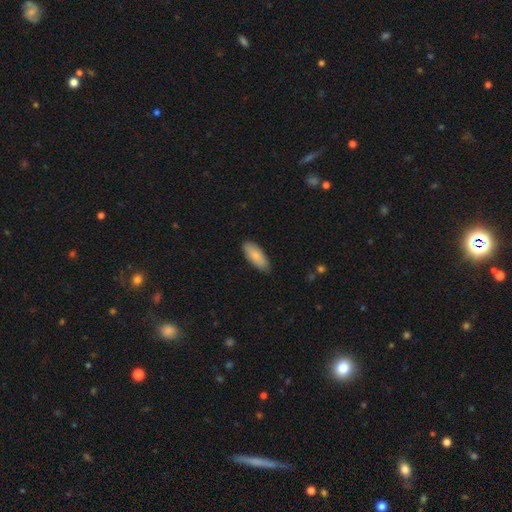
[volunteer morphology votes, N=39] smooth 87%, featured or disk 10%, star or artifact 3%. Down the decision tree: how rounded — in between (85%); merging — none (84%).